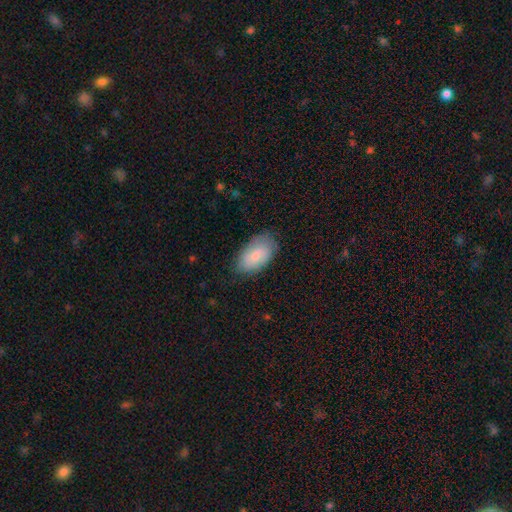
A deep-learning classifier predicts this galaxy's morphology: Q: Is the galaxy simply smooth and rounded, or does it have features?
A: smooth — 78%.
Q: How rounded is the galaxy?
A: in between — 94%.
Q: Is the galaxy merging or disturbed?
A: none — 77%.